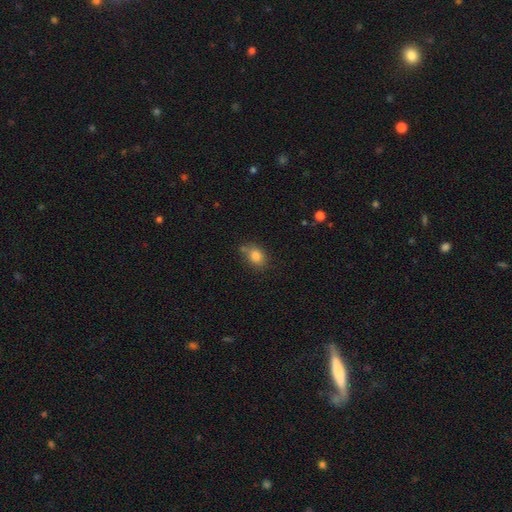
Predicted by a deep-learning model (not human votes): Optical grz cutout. It shows a smooth galaxy with no disk features (82%) that is in between round and cigar-shaped (61%). Merging: none (65%).